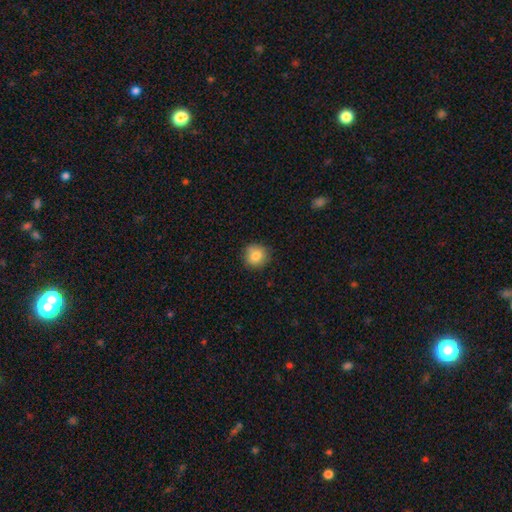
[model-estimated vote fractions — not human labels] This appears to be a smooth galaxy with no disk features (83%) that is round (89%). Merging: none (85%).